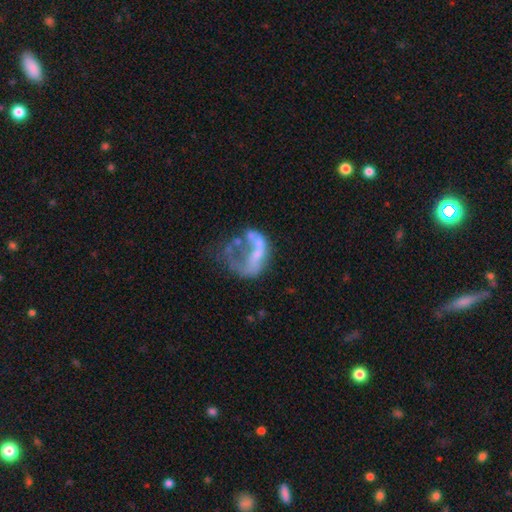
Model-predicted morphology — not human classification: Overall: featured or disk (54%; smooth 25%). Edge-on disk: no (96%). Bar: no (82%). Spiral arms: no (82%). Bulge size: none (67%). Merging: major disturbance (48%; none 26%).